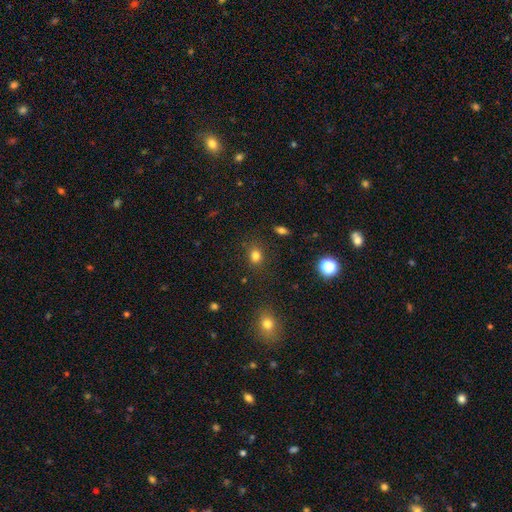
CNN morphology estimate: This appears to be a smooth galaxy with no disk features (79%) that is round (63%). Merging: none (84%).